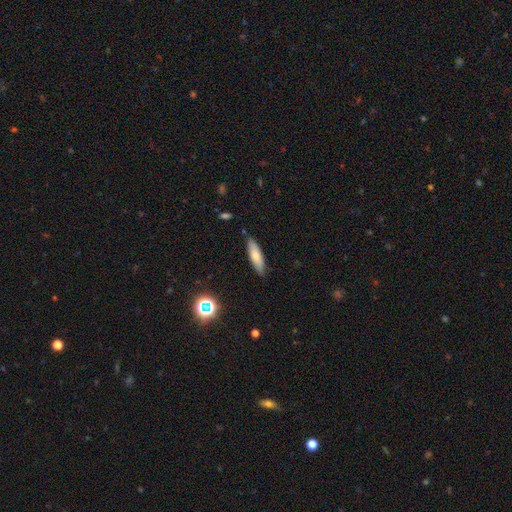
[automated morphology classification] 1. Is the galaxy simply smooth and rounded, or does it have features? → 69% smooth, 24% featured or disk, 8% star or artifact.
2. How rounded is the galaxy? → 65% cigar-shaped, 33% in between, 2% round.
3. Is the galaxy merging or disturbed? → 86% none, 11% minor disturbance, 2% major disturbance, 2% merger.